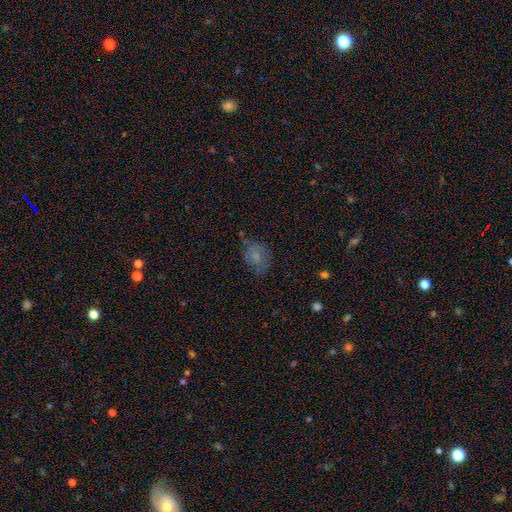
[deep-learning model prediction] Overall: smooth (68%). How rounded: round (53%; in between 46%). Merging: none (62%; minor disturbance 26%).